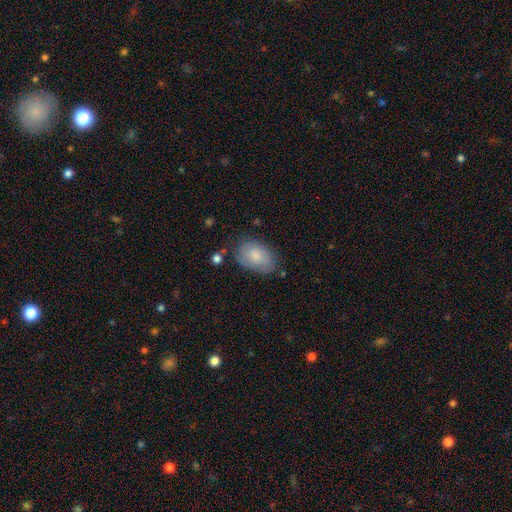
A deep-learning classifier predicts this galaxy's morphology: Smooth or featured?
  - smooth: 80% *
  - featured or disk: 14%
  - star or artifact: 6%
How rounded?
  - in between: 89% *
  - round: 9%
  - cigar-shaped: 1%
Merging?
  - none: 68% *
  - minor disturbance: 23%
  - major disturbance: 6%
  - merger: 3%